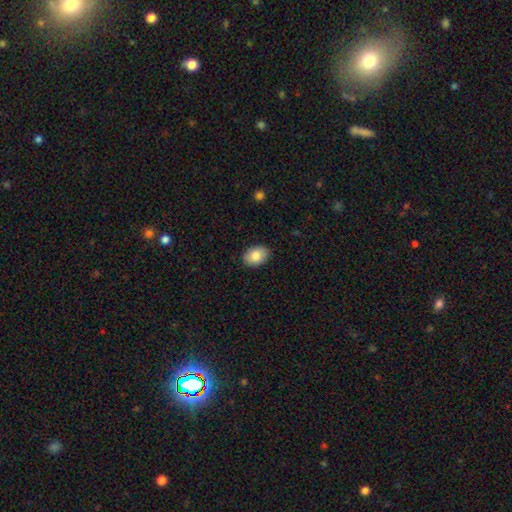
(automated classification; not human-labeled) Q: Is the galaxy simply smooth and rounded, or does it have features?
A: smooth — 84%.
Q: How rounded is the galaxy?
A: in between — 84%.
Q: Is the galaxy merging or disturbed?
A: none — 89%.